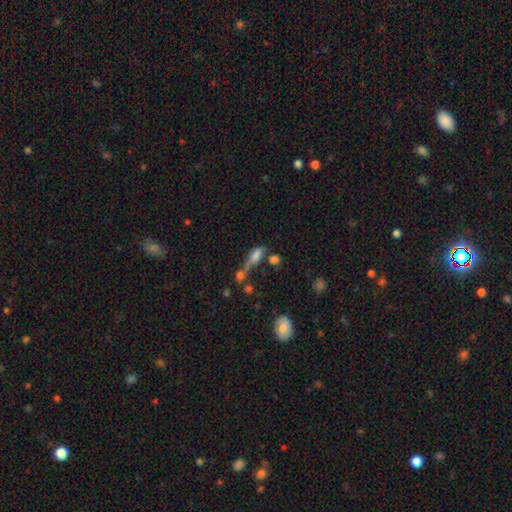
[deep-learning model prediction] Smooth or featured?
  - smooth: 62% *
  - featured or disk: 24%
  - star or artifact: 14%
How rounded?
  - in between: 57% *
  - cigar-shaped: 37%
  - round: 7%
Merging?
  - merger: 41% *
  - none: 25%
  - major disturbance: 19%
  - minor disturbance: 15%